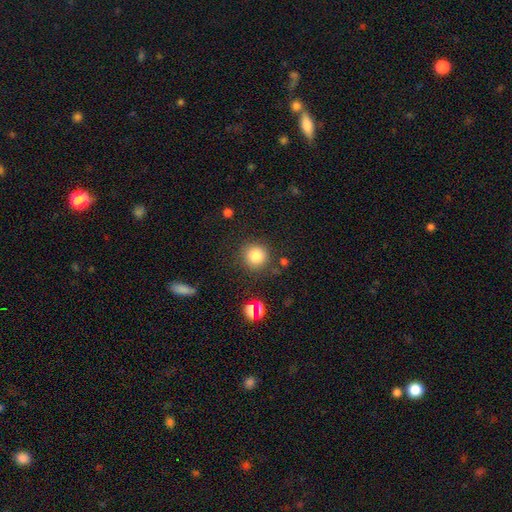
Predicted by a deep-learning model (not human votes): Morphology: type=smooth (81%); roundness=round (93%); merging=none (85%).